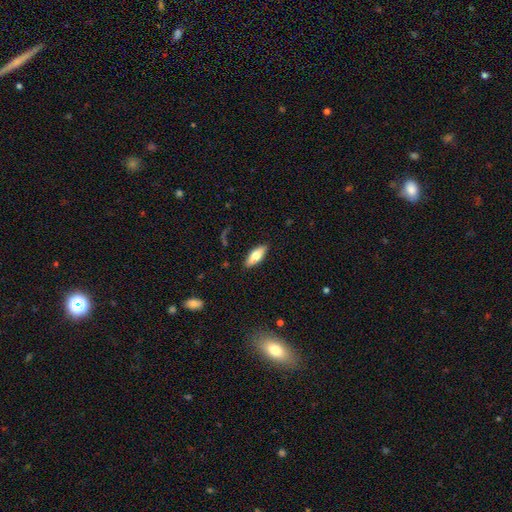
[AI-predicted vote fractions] Smooth or featured: smooth — 70% (featured or disk — 24%)
How rounded: in between — 70% (cigar-shaped — 28%)
Merging: none — 86% (minor disturbance — 10%)